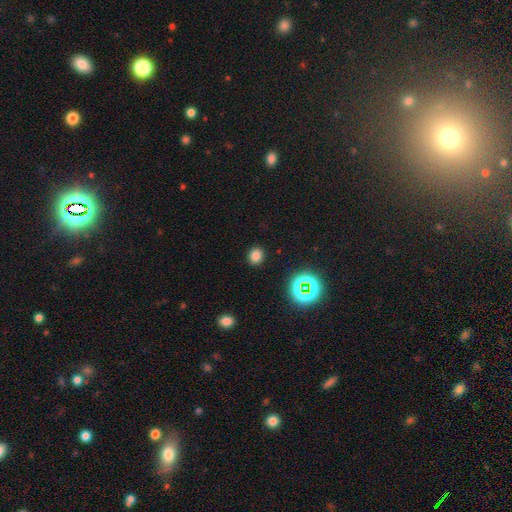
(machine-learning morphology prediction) Smooth or featured: smooth — 77% (star or artifact — 18%)
How rounded: round — 71% (in between — 28%)
Merging: none — 90% (minor disturbance — 6%)